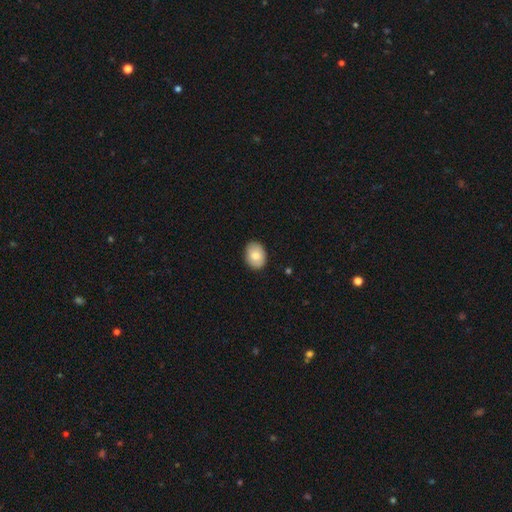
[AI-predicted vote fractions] A smooth galaxy with no disk features (81%) that is in between round and cigar-shaped (70%).

Vote fractions:
- Smooth or featured? smooth: 81% / featured or disk: 12% / star or artifact: 7%
- How rounded? in between: 70% / round: 29% / cigar-shaped: 1%
- Merging? none: 88% / minor disturbance: 9% / major disturbance: 2% / merger: 1%